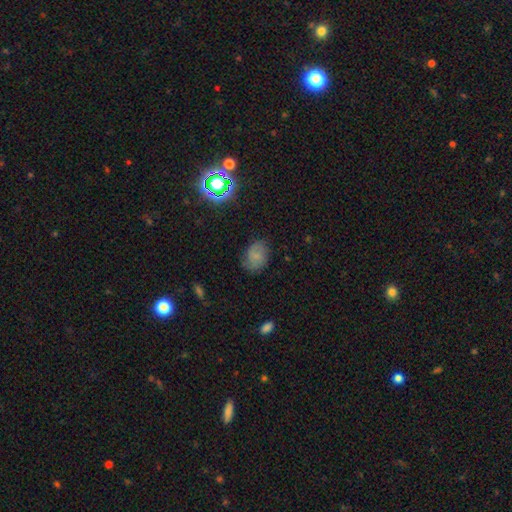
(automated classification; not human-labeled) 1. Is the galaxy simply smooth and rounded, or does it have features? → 61% smooth, 24% featured or disk, 15% star or artifact.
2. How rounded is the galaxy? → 68% in between, 31% round, 1% cigar-shaped.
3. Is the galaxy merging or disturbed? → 68% none, 23% minor disturbance, 7% major disturbance, 2% merger.